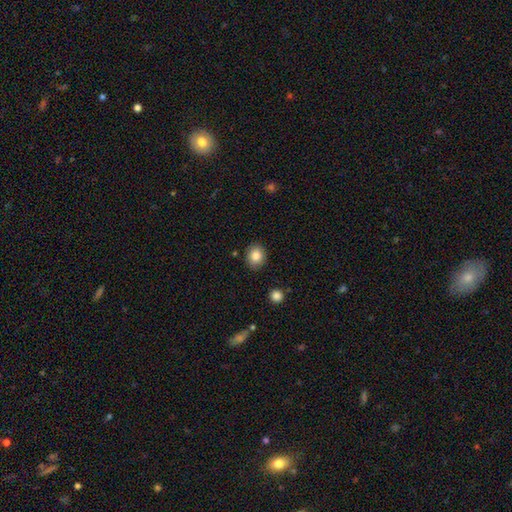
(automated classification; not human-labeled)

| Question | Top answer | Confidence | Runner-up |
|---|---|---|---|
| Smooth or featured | smooth | 86% | star or artifact (9%) |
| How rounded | round | 64% | in between (35%) |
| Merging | none | 87% | minor disturbance (9%) |